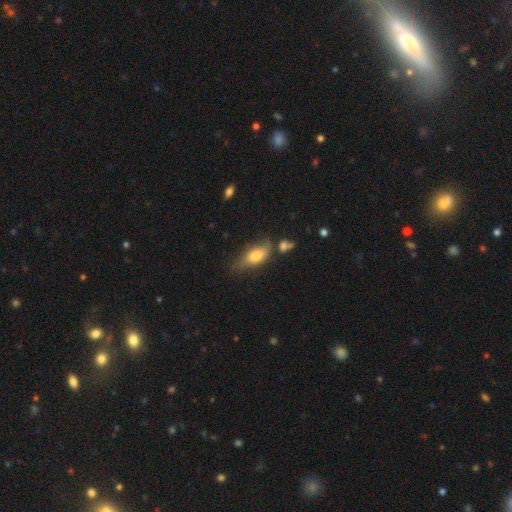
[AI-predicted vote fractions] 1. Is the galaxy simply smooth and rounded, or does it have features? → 73% smooth, 19% featured or disk, 8% star or artifact.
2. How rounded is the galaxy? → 81% in between, 15% cigar-shaped, 5% round.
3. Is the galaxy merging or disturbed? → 50% none, 27% minor disturbance, 12% merger, 10% major disturbance.